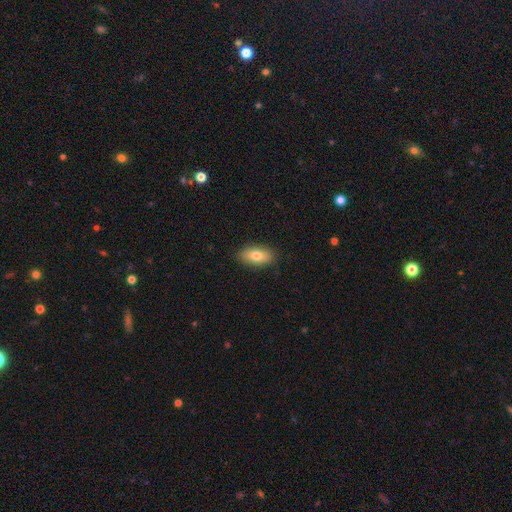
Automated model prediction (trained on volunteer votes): This appears to be a smooth galaxy with no disk features (76%) that is in between round and cigar-shaped (87%). Merging: none (88%).